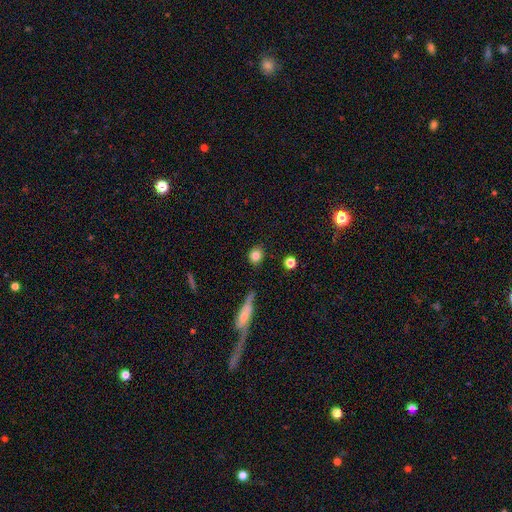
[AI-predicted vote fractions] smooth_or_featured: smooth (p=0.82) [alt: star or artifact p=0.09]
how_rounded: round (p=0.70) [alt: in between p=0.28]
merging: none (p=0.84) [alt: minor disturbance p=0.11]